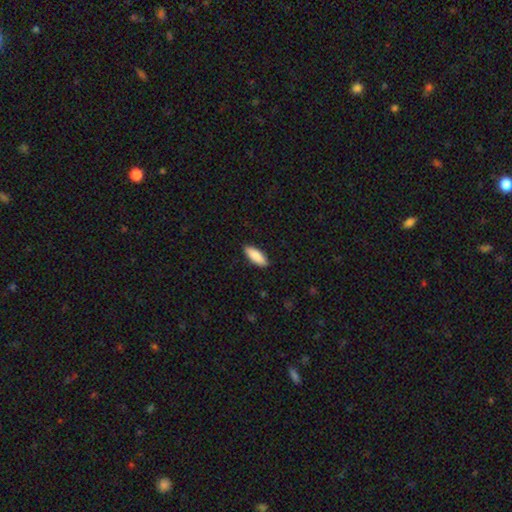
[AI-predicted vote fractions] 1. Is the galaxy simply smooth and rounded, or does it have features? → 88% smooth, 6% featured or disk, 5% star or artifact.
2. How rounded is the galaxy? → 66% in between, 32% cigar-shaped, 2% round.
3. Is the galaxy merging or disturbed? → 90% none, 8% minor disturbance, 2% major disturbance, 1% merger.